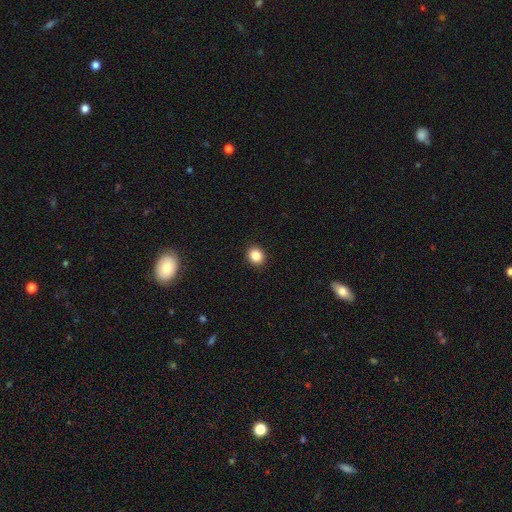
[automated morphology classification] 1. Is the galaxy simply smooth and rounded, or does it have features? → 86% smooth, 10% star or artifact, 4% featured or disk.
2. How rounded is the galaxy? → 77% round, 22% in between, 1% cigar-shaped.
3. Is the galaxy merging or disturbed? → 92% none, 6% minor disturbance, 2% major disturbance, 1% merger.